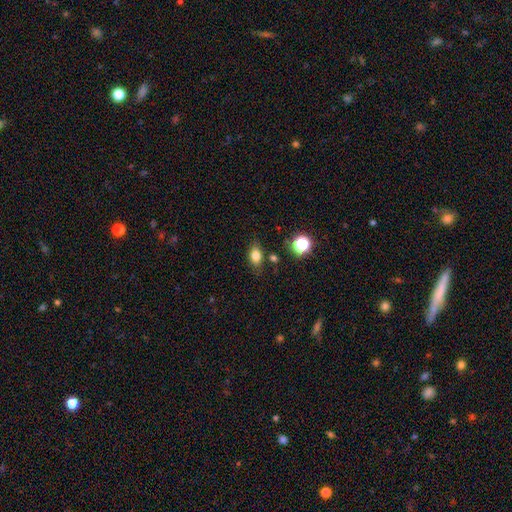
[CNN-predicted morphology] smooth 79%, star or artifact 12%, featured or disk 8%. Down the decision tree: how rounded — in between (76%); merging — none (78%).